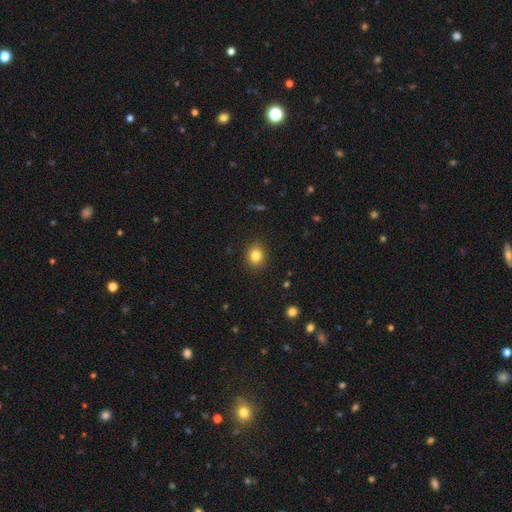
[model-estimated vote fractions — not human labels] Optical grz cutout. It shows a smooth galaxy with no disk features (83%) that is round (66%). Merging: none (89%).